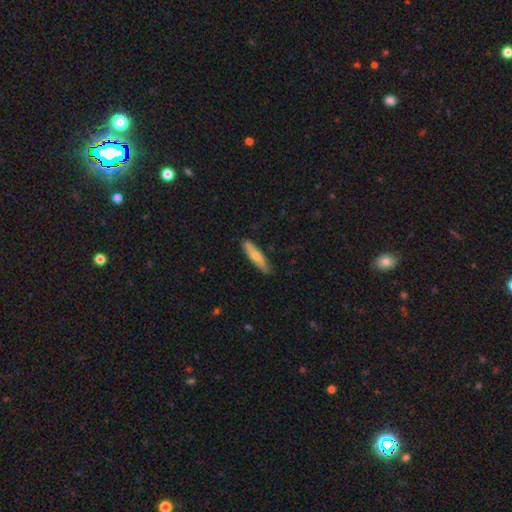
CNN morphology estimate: smooth_or_featured: smooth (p=0.65) [alt: featured or disk p=0.30]
how_rounded: cigar-shaped (p=0.80) [alt: in between p=0.18]
merging: none (p=0.83) [alt: minor disturbance p=0.14]